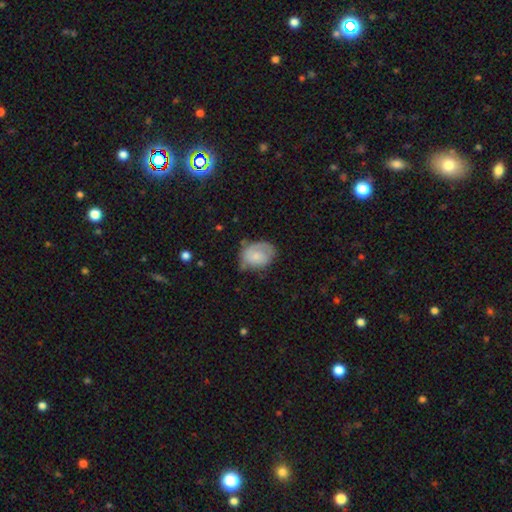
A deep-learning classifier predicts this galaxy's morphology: Smooth or featured?
  - smooth: 55% *
  - featured or disk: 38%
  - star or artifact: 7%
How rounded?
  - in between: 60% *
  - round: 39%
  - cigar-shaped: 1%
Merging?
  - none: 51% *
  - minor disturbance: 31%
  - major disturbance: 14%
  - merger: 3%